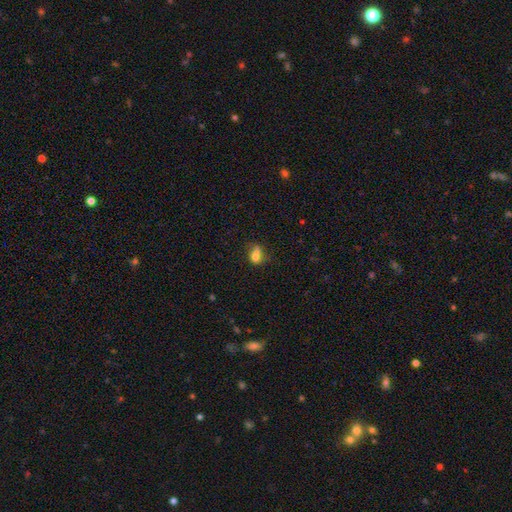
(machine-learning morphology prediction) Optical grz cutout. It shows a smooth galaxy with no disk features (68%) that is in between round and cigar-shaped (64%). Merging: none (39%).